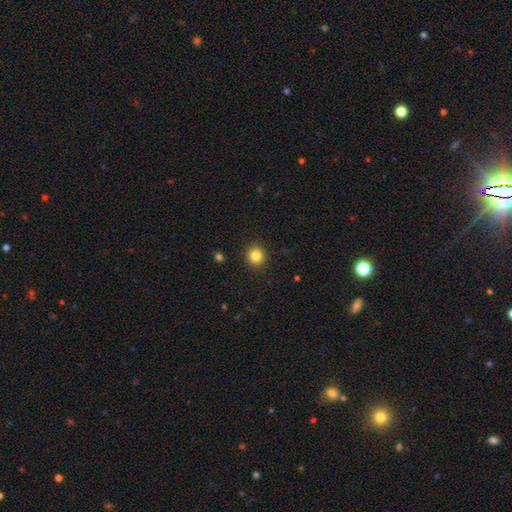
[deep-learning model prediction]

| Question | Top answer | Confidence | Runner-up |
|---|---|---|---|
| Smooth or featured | smooth | 84% | star or artifact (11%) |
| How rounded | round | 91% | in between (9%) |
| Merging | none | 92% | minor disturbance (5%) |